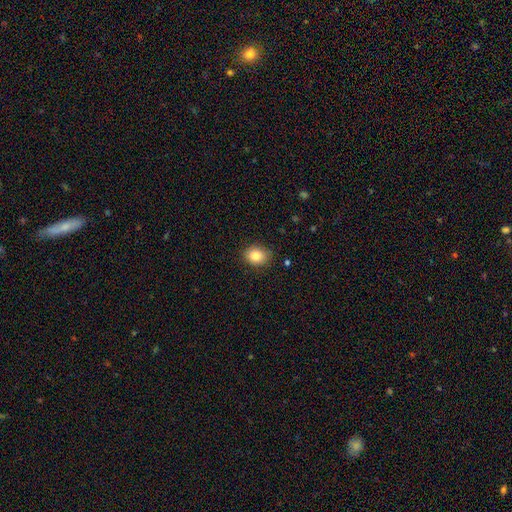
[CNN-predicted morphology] smooth-or-featured: smooth: 85% | star or artifact: 9% | featured or disk: 6%
  how-rounded: in between: 53% | round: 46% | cigar-shaped: 1%
  merging: none: 85% | minor disturbance: 12% | major disturbance: 2% | merger: 1%